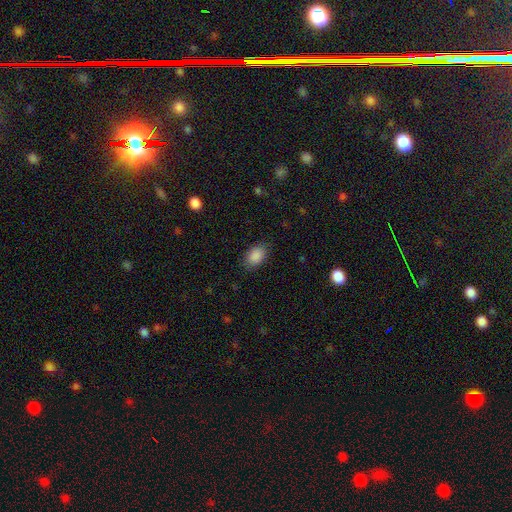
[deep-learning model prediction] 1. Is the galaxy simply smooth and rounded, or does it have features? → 89% smooth, 8% star or artifact, 3% featured or disk.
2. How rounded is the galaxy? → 85% in between, 14% round, 1% cigar-shaped.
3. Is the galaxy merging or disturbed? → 83% none, 13% minor disturbance, 4% major disturbance, 1% merger.